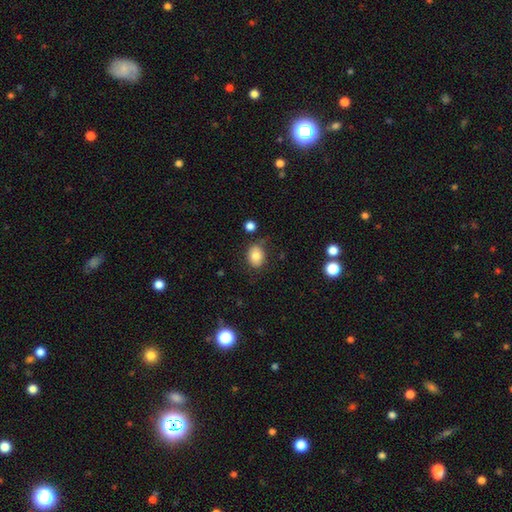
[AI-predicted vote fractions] smooth_or_featured: smooth (p=0.82) [alt: star or artifact p=0.10]
how_rounded: in between (p=0.61) [alt: round p=0.38]
merging: none (p=0.75) [alt: minor disturbance p=0.16]